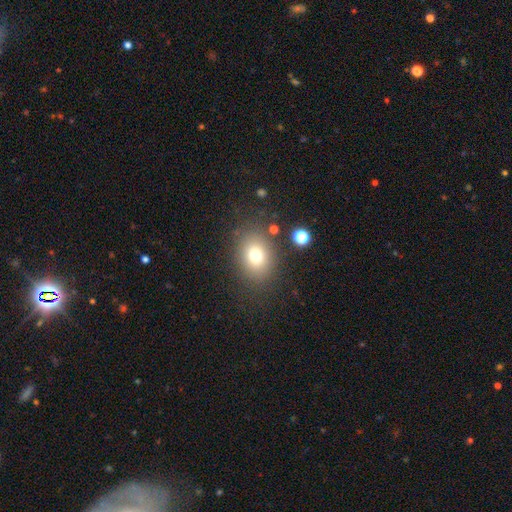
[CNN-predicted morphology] The model was most divided on "how rounded": in between: 51%, round: 48%, cigar-shaped: 1%. More confident: merging — none (82%); smooth or featured — smooth (75%).